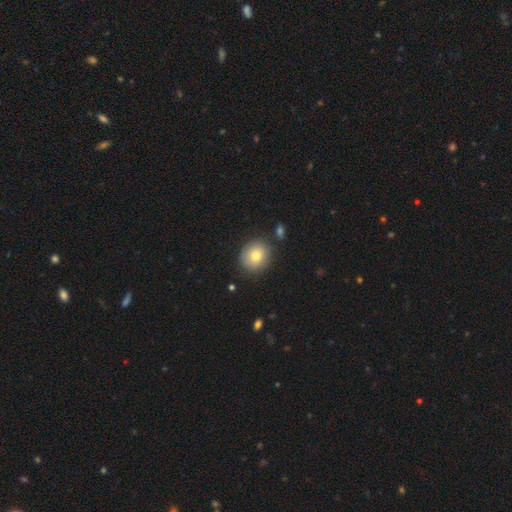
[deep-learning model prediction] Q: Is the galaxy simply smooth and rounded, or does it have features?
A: smooth — 80%.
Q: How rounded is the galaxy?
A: round — 73%.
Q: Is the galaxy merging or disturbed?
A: none — 83%.